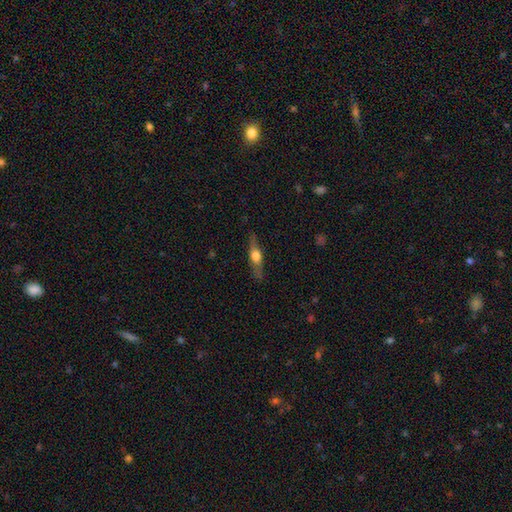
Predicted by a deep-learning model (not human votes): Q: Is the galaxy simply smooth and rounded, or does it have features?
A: featured or disk — 55%.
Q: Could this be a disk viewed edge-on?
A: yes — 92%.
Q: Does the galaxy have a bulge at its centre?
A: rounded — 92%.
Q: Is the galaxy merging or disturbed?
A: none — 84%.